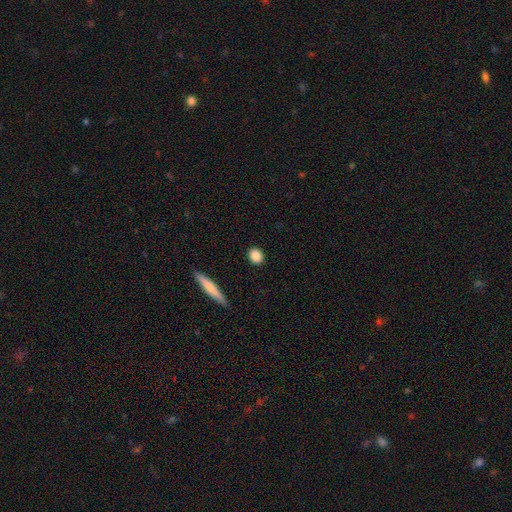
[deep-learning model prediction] Overall: smooth (86%). How rounded: round (69%). Merging: none (91%).